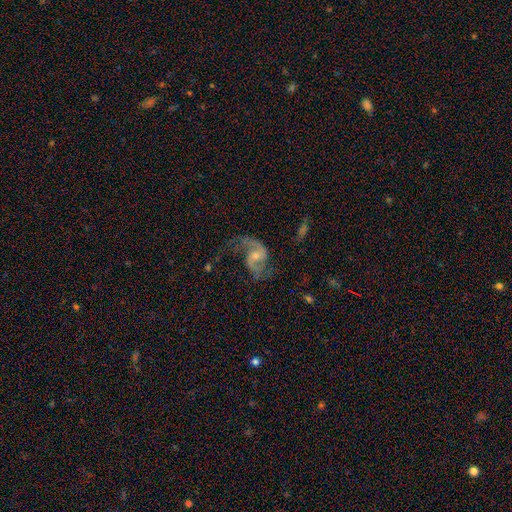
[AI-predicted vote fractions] This appears to be a featured or disk galaxy (88%) with no bar (49%), 2 (89%) loose (52%) spiral arms (96%) and a small central bulge (50%). Merging: none (59%).